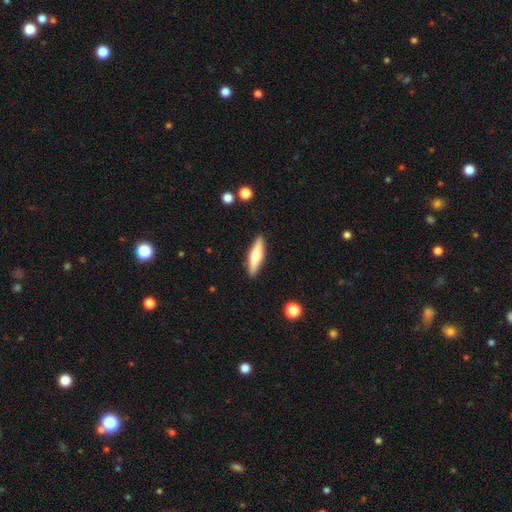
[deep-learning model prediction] This appears to be a smooth galaxy with no disk features (57%) that is cigar-shaped (76%). Merging: none (89%).